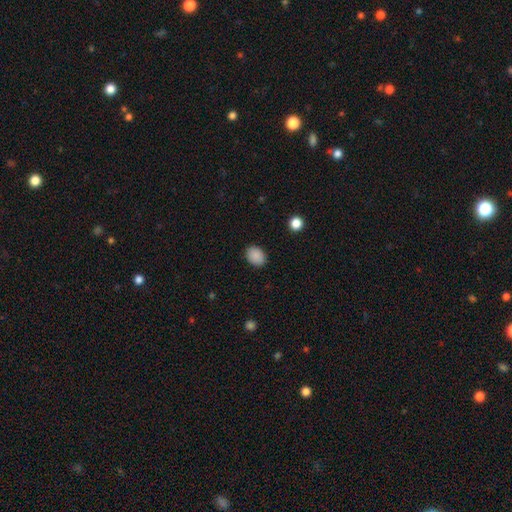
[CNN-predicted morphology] A smooth galaxy with no disk features (89%) that is in between round and cigar-shaped (61%). Merging: none (89%).